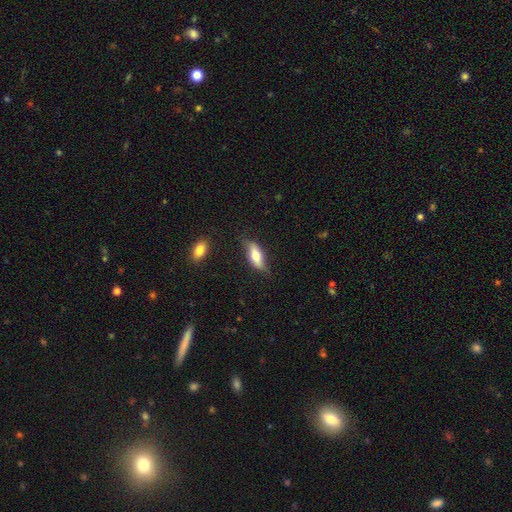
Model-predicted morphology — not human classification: Q: Smooth or featured?
A: smooth (59%); runner-up: featured or disk (35%)
Q: How rounded?
A: in between (66%); runner-up: cigar-shaped (31%)
Q: Merging?
A: none (67%); runner-up: minor disturbance (25%)